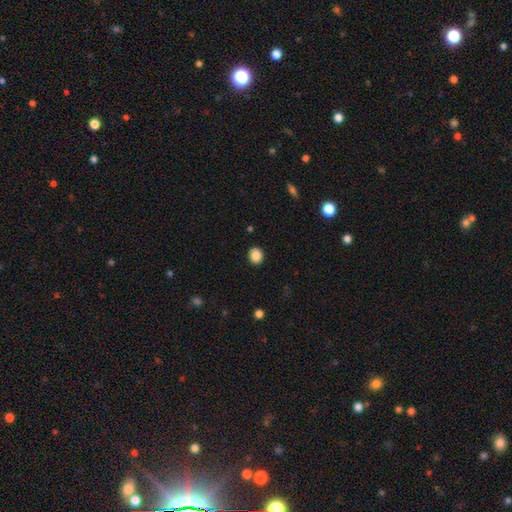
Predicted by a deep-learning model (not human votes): Smooth or featured? Predicted: smooth (p=0.87). How rounded? Predicted: round (p=0.65). Merging? Predicted: none (p=0.91).